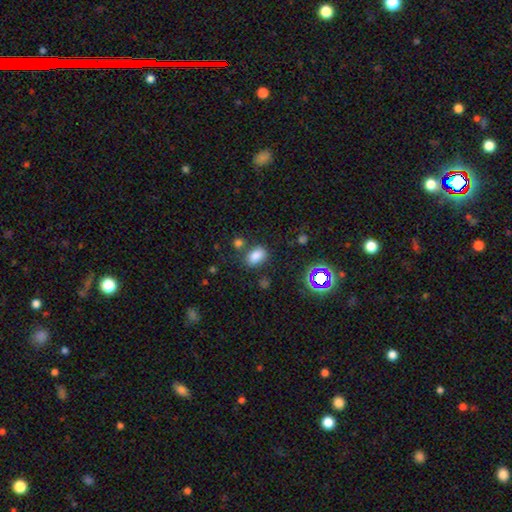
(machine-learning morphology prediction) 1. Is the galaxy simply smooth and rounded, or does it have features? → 79% smooth, 15% star or artifact, 6% featured or disk.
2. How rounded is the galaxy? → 81% in between, 17% round, 2% cigar-shaped.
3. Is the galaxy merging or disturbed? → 71% none, 13% minor disturbance, 10% merger, 5% major disturbance.